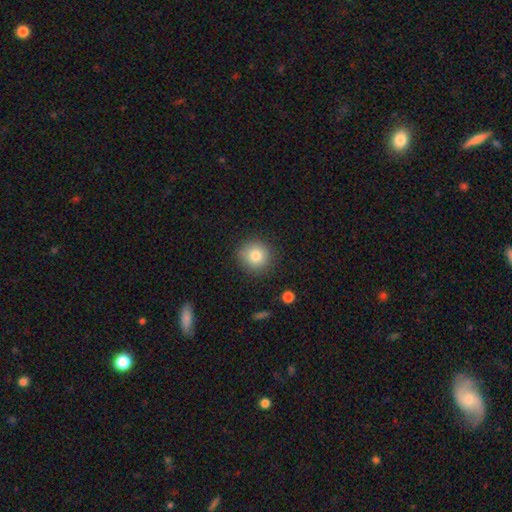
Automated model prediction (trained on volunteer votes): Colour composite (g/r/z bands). It shows a smooth galaxy with no disk features (81%) that is round (92%). Merging: none (87%).